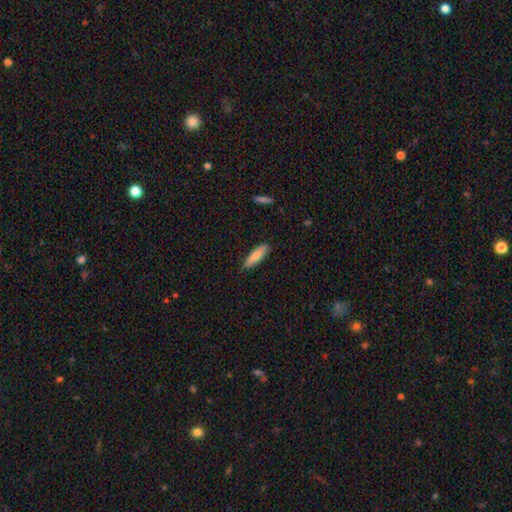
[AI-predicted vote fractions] Smooth or featured? smooth (82%)
How rounded? cigar-shaped (65%)
Merging? none (78%)